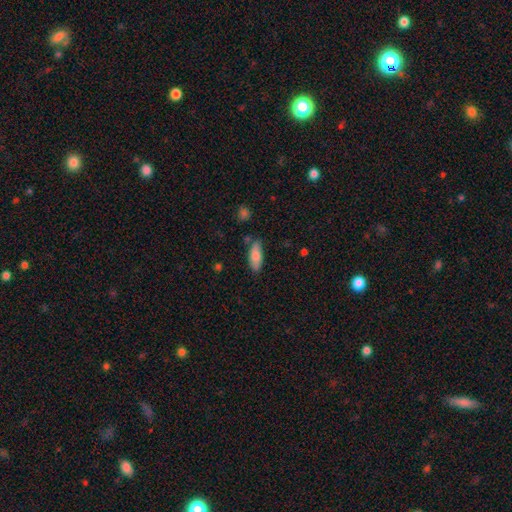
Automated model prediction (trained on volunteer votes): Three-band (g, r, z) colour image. It shows a smooth galaxy with no disk features (78%) that is in between round and cigar-shaped (76%). Merging: none (76%).